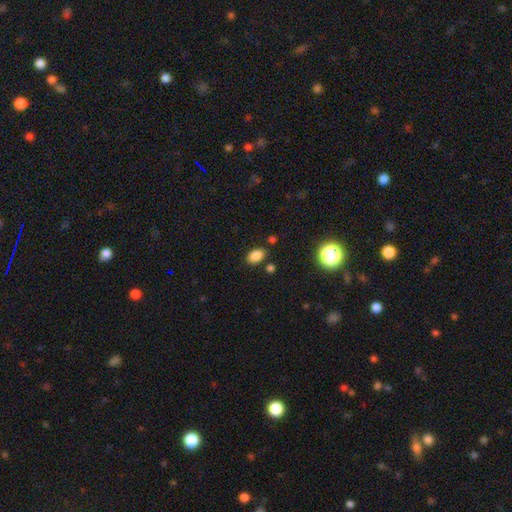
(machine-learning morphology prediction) type=smooth (84%); roundness=in between (82%); merging=none (82%).